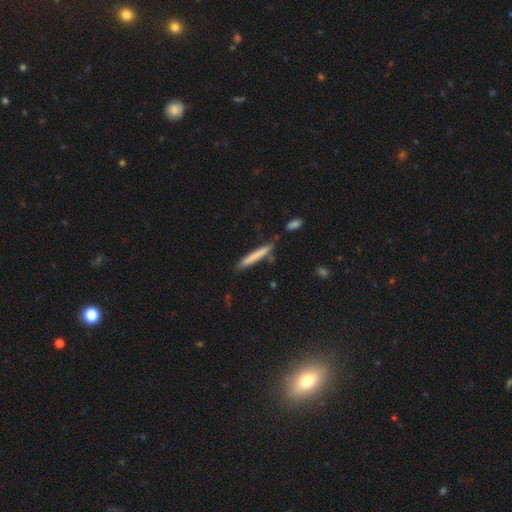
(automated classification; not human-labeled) smooth_or_featured: smooth (p=0.74) [alt: featured or disk p=0.20]
how_rounded: cigar-shaped (p=0.95) [alt: in between p=0.03]
merging: none (p=0.81) [alt: minor disturbance p=0.13]